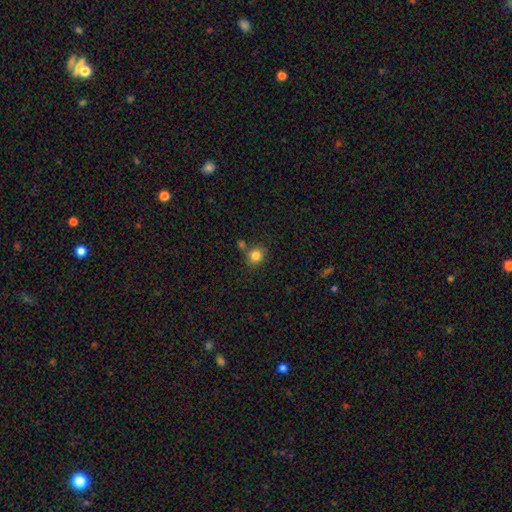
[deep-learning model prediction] This appears to be a smooth galaxy with no disk features (82%) that is round (79%). Merging: none (67%).